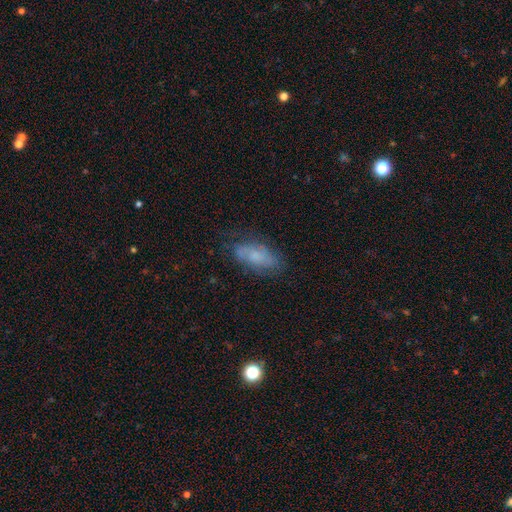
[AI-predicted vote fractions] A smooth galaxy with no disk features (50%).

Vote fractions:
- Smooth or featured? smooth: 50% / featured or disk: 41% / star or artifact: 9%
- Merging? none: 66% / minor disturbance: 23% / major disturbance: 9% / merger: 2%